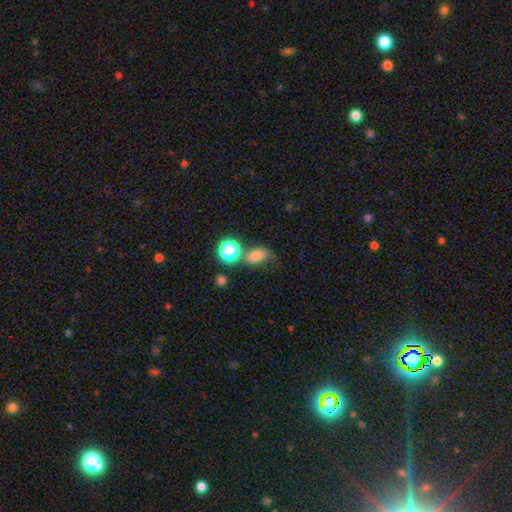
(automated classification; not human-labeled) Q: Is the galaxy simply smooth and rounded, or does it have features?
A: smooth — 72%.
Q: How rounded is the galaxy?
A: in between — 72%.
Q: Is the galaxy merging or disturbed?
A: none — 43%.